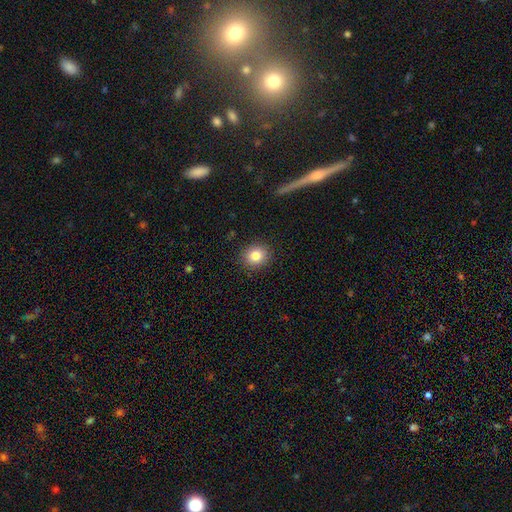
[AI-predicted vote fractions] Smooth or featured: smooth — 82% (star or artifact — 10%)
How rounded: round — 77% (in between — 22%)
Merging: none — 89% (minor disturbance — 8%)